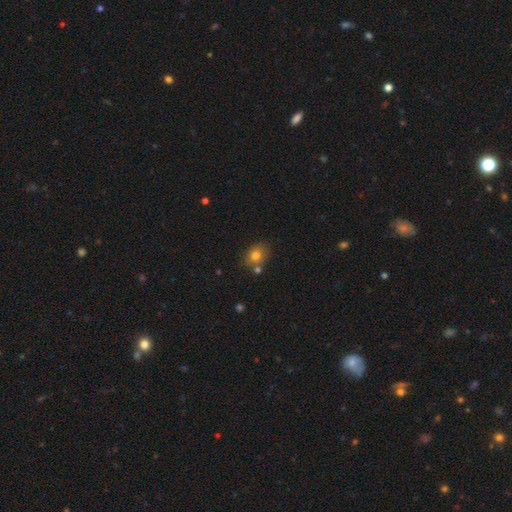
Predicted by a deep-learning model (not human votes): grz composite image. It shows a smooth galaxy with no disk features (77%) that is round (53%). Merging: none (69%).